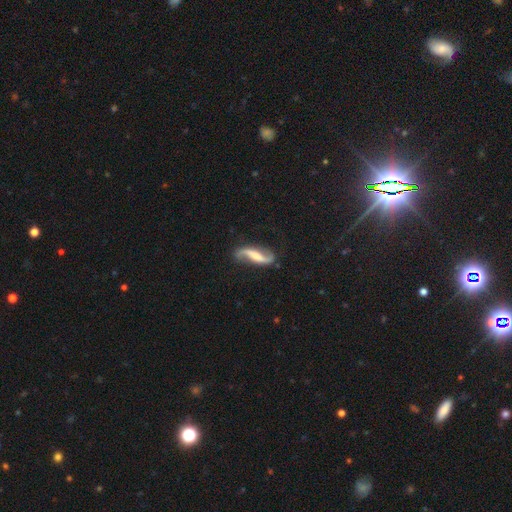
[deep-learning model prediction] Morphology: type=featured or disk (84%); edge-on=no (91%); bar=strong (37%); spiral arms=yes (96%); winding=loose (82%); arm count=2 (93%); bulge=moderate (35%); merging=none (76%).